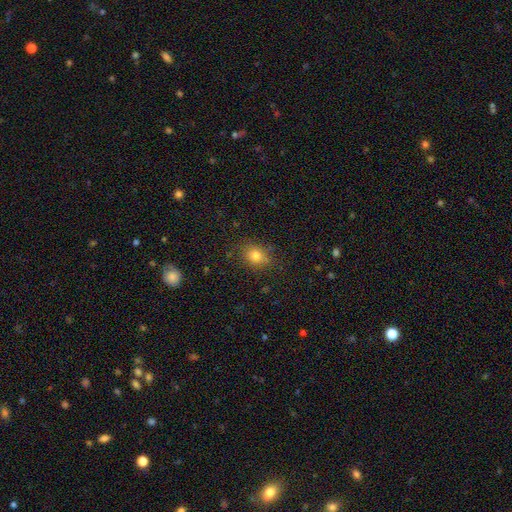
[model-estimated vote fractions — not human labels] smooth-or-featured: smooth: 79% | star or artifact: 13% | featured or disk: 8%
  how-rounded: round: 54% | in between: 45% | cigar-shaped: 1%
  merging: none: 81% | minor disturbance: 14% | major disturbance: 4% | merger: 2%